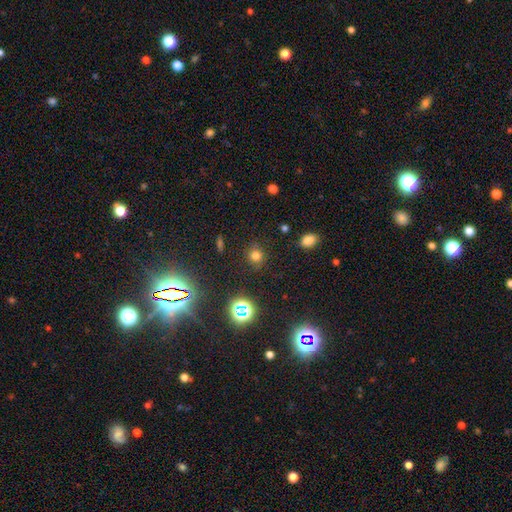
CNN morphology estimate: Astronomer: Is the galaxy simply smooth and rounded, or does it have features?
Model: smooth — 71%.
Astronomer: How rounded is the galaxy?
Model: round — 86%.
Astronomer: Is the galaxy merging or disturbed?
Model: none — 83%.